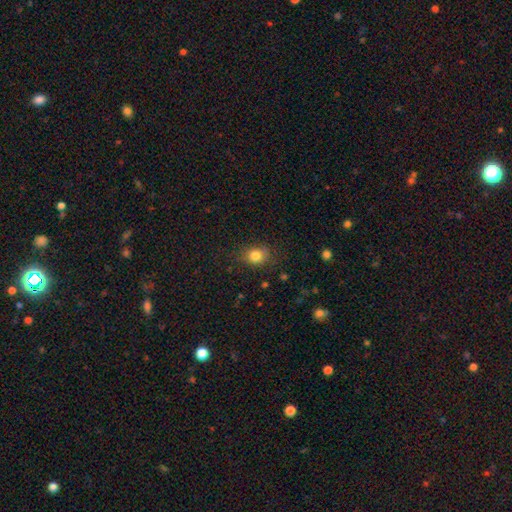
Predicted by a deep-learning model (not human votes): Overall: smooth (82%). How rounded: round (59%; in between 40%). Merging: none (76%).